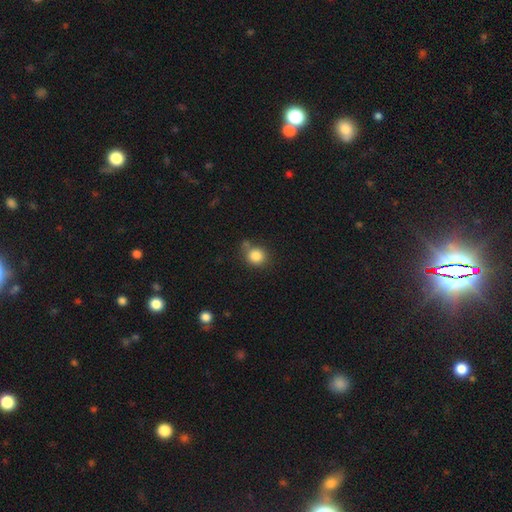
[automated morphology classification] smooth_or_featured: smooth (p=0.85) [alt: star or artifact p=0.10]
how_rounded: round (p=0.85) [alt: in between p=0.14]
merging: none (p=0.66) [alt: minor disturbance p=0.16]